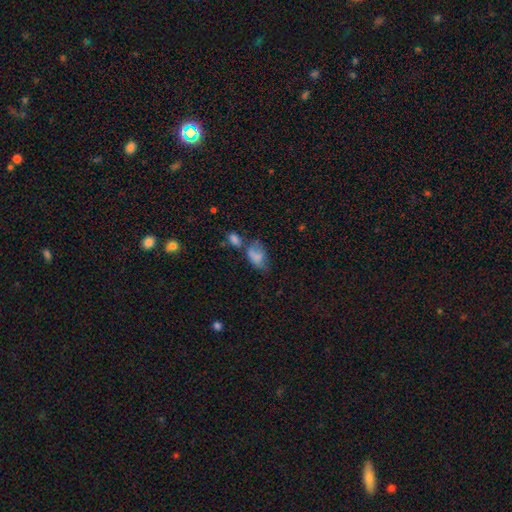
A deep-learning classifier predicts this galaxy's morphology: smooth 74%, featured or disk 15%, star or artifact 11%. Down the decision tree: how rounded — in between (89%); merging — merger (38%).